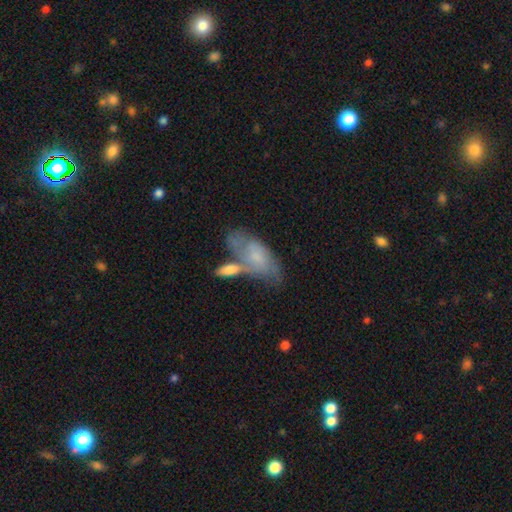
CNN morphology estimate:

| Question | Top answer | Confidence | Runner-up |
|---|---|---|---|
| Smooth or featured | smooth | 49% | featured or disk (44%) |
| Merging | none | 36% | merger (33%) |